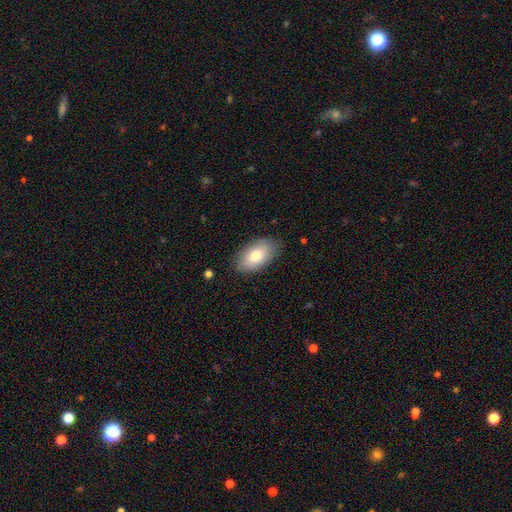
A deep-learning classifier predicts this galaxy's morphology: Smooth or featured: smooth — 78% (featured or disk — 16%)
How rounded: in between — 94% (round — 4%)
Merging: none — 82% (minor disturbance — 14%)